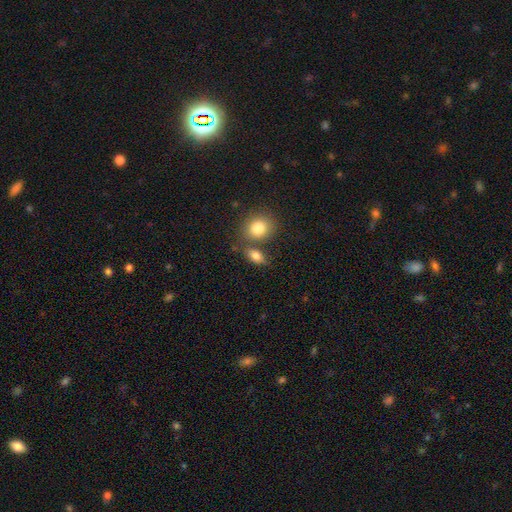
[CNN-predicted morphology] type=smooth (81%); roundness=in between (75%); merging=none (60%).